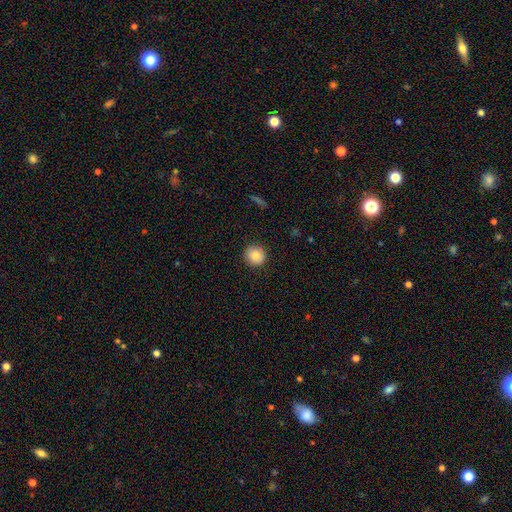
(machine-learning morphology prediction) This appears to be a smooth galaxy with no disk features (86%) that is round (91%). Merging: none (90%).